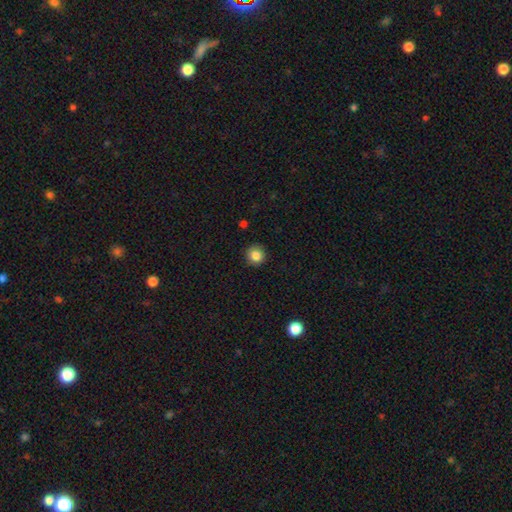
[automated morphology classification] Q: Smooth or featured?
A: smooth (85%); runner-up: star or artifact (10%)
Q: How rounded?
A: round (92%); runner-up: in between (7%)
Q: Merging?
A: none (90%); runner-up: minor disturbance (7%)